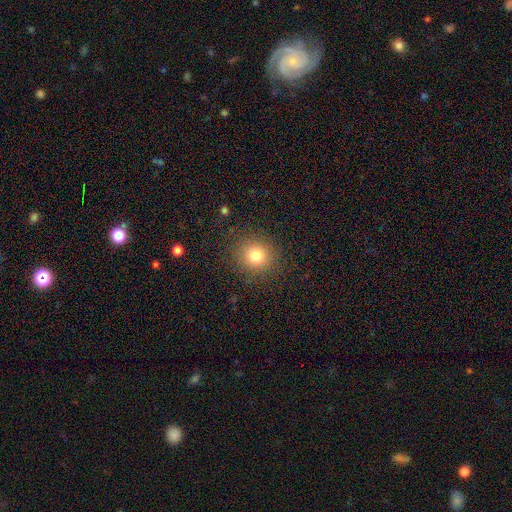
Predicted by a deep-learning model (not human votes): This is likely a smooth galaxy (78%). How rounded: clearly round (87%). Merging: clearly none (88%).